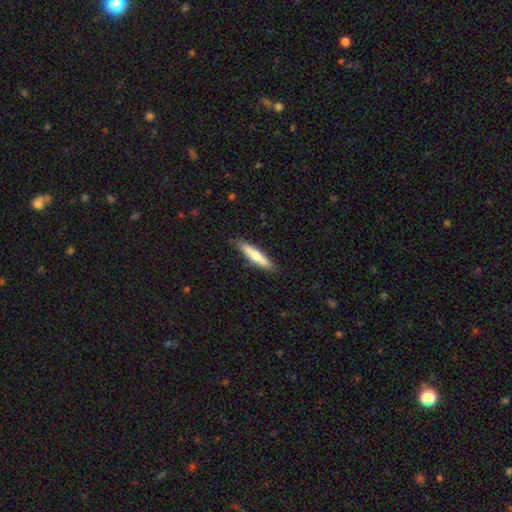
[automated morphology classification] smooth 68%, featured or disk 27%, star or artifact 5%. Down the decision tree: how rounded — cigar-shaped (83%); merging — none (84%).